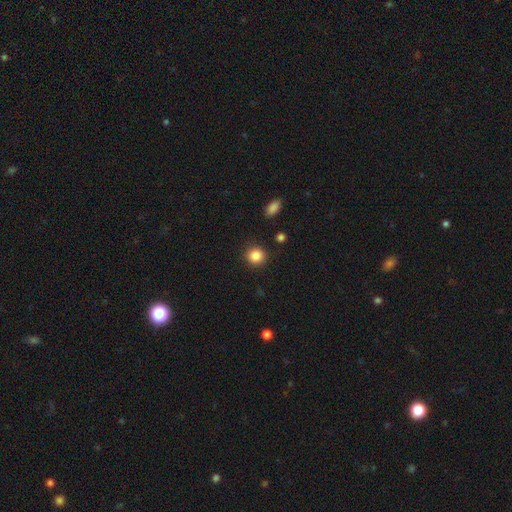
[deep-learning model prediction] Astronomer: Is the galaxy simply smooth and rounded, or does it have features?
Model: smooth — 86%.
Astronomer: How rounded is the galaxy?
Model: round — 89%.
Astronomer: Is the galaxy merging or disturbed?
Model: none — 89%.